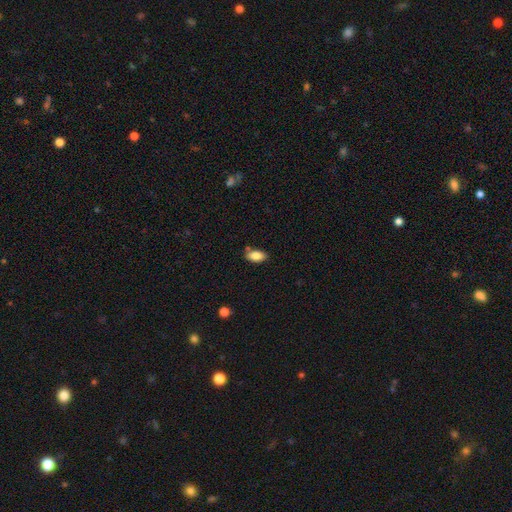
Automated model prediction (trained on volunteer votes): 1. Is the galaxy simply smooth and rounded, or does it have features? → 84% smooth, 8% featured or disk, 8% star or artifact.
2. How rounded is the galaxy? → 92% in between, 4% round, 4% cigar-shaped.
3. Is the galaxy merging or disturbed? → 78% none, 14% minor disturbance, 5% merger, 3% major disturbance.